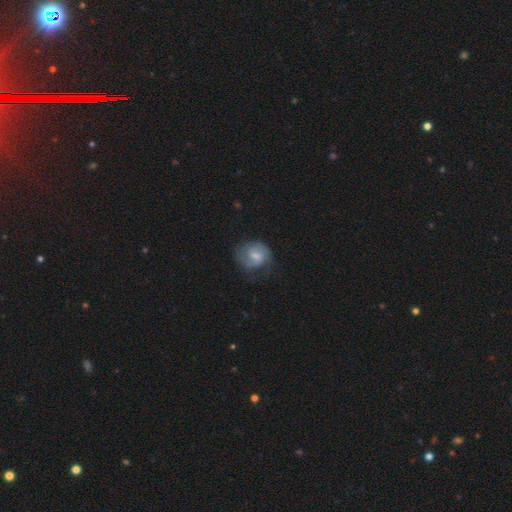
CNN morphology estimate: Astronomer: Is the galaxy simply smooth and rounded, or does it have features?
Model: smooth — 49% (runner-up: featured or disk, 44%).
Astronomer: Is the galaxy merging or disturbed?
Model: none — 54%.